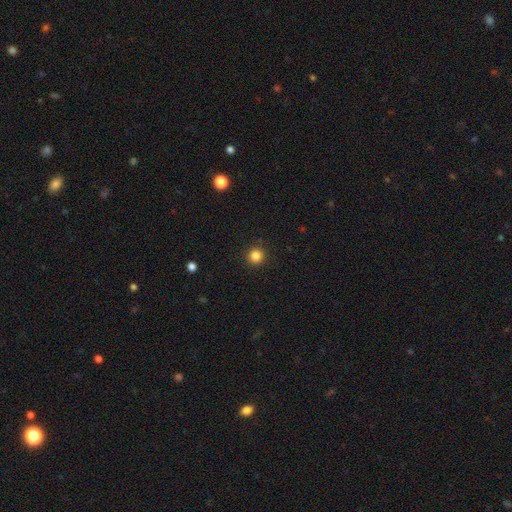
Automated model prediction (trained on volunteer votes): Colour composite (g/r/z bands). It shows a smooth galaxy with no disk features (84%) that is round (94%). Merging: none (92%).